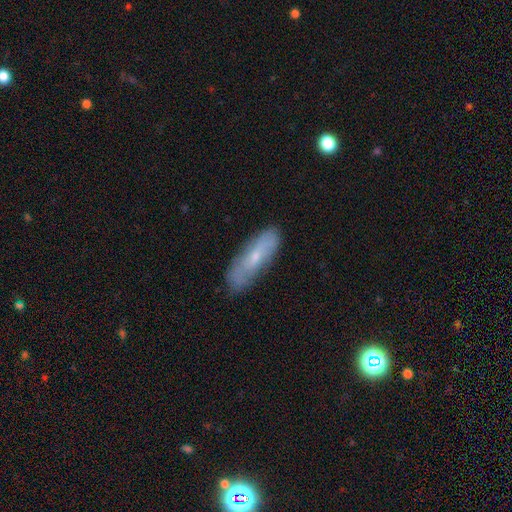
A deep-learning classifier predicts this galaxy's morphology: Overall: smooth (50%; featured or disk 43%). Merging: none (75%).